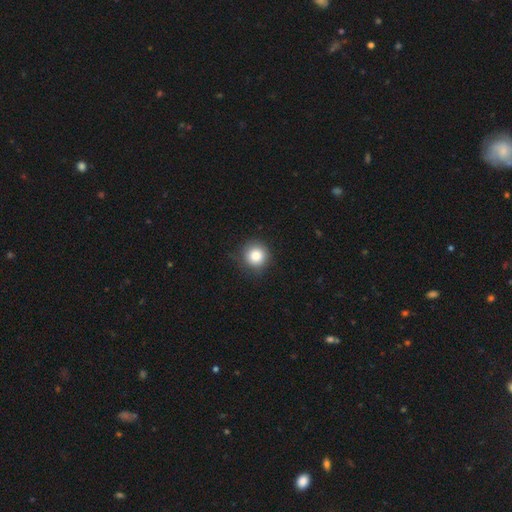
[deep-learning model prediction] smooth 84%, star or artifact 10%, featured or disk 6%. Down the decision tree: how rounded — round (94%); merging — none (83%).